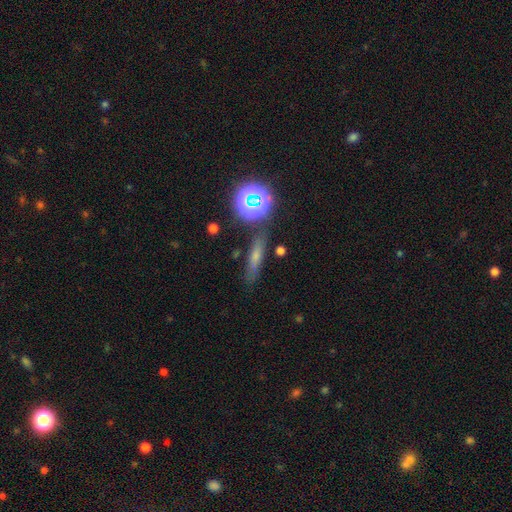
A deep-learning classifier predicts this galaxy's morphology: smooth 48%, featured or disk 27%, star or artifact 25%. Down the decision tree: merging — none (78%).